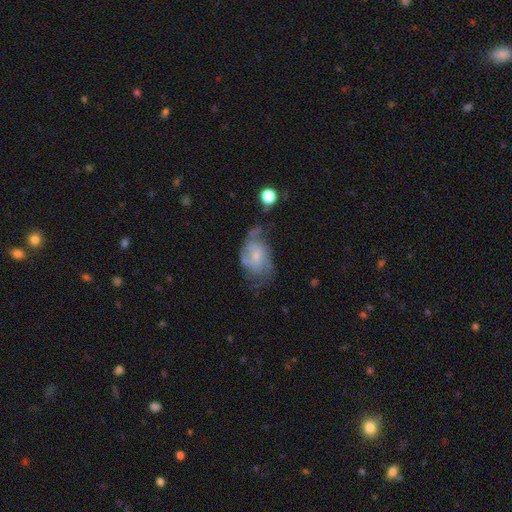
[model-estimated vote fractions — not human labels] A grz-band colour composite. It shows a featured or disk galaxy (63%) with no bar (72%), spiral arms (76%) and a small central bulge (62%). Merging: none (35%).